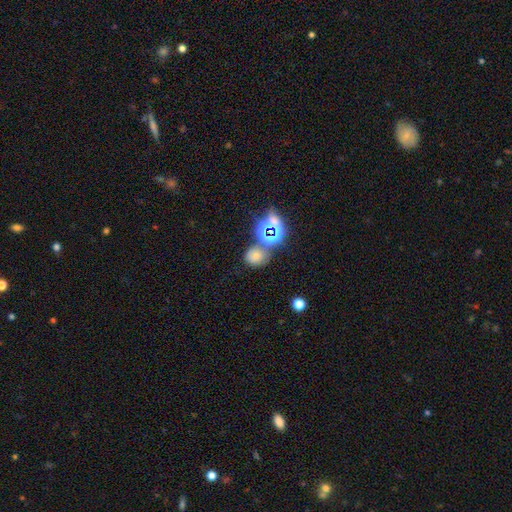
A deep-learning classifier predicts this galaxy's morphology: This appears to be a smooth galaxy with no disk features (60%) that is round (71%). Merging: none (64%).